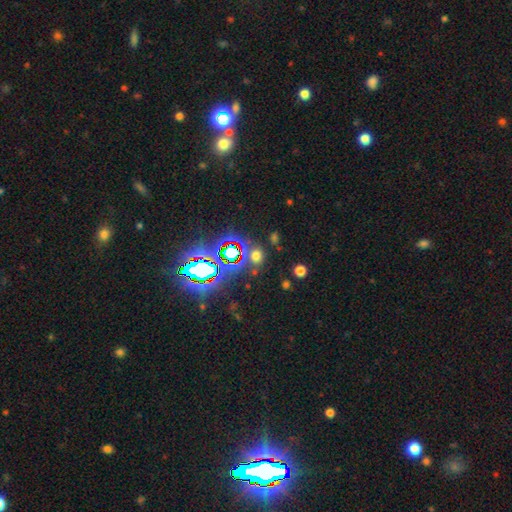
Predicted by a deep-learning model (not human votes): Smooth or featured?
  - smooth: 53% *
  - star or artifact: 40%
  - featured or disk: 8%
How rounded?
  - round: 69% *
  - in between: 30%
  - cigar-shaped: 2%
Merging?
  - none: 76% *
  - minor disturbance: 11%
  - merger: 9%
  - major disturbance: 5%